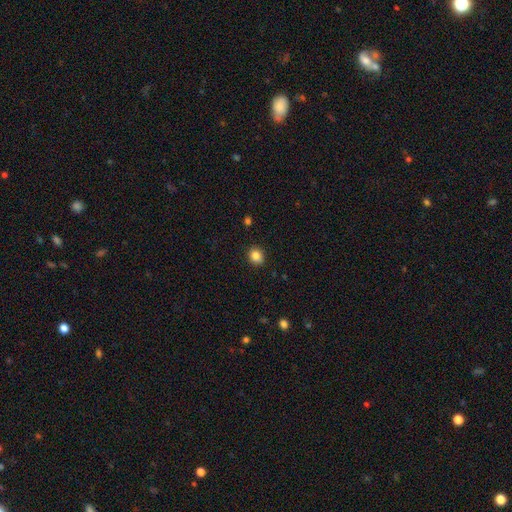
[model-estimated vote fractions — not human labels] Morphology: type=smooth (85%); roundness=round (72%); merging=none (90%).